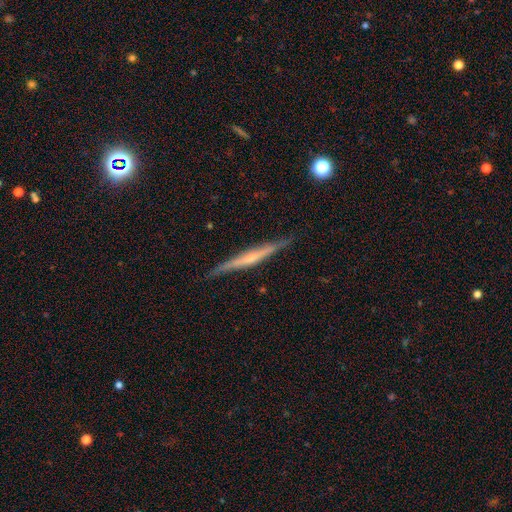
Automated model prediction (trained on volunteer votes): smooth-or-featured: featured or disk: 70% | smooth: 22% | star or artifact: 7%
  disk-edge-on: yes: 97% | no: 3%
    edge-on-bulge: rounded: 49% | none: 40% | boxy: 11%
  merging: none: 88% | minor disturbance: 9% | major disturbance: 2% | merger: 1%